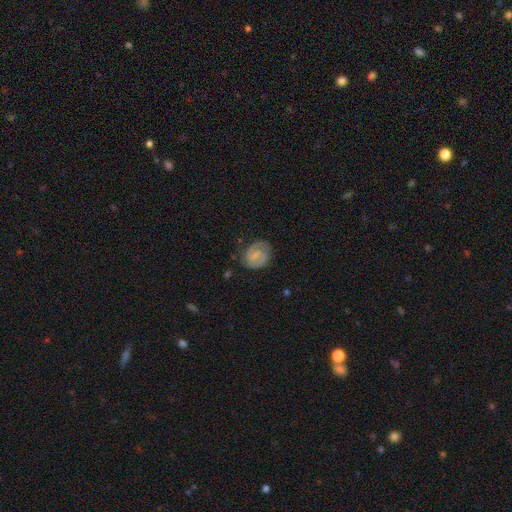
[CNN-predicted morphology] Smooth or featured? featured or disk (77%)
Edge-on disk? no (98%)
Bar? weak (51%)
Spiral arms? yes (95%)
Spiral winding? medium (47%)
Spiral arm count? 2 (88%)
Bulge size? none (42%)
Merging? none (76%)